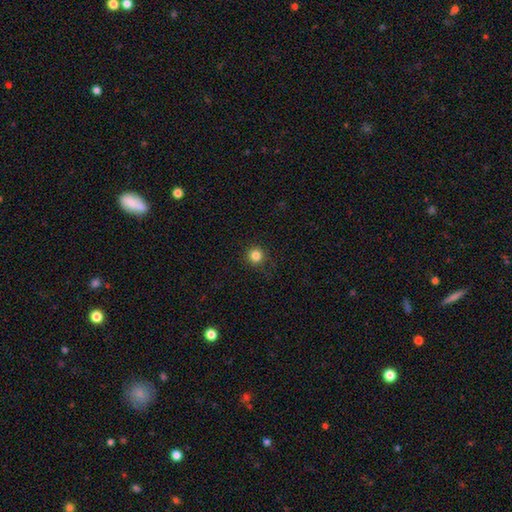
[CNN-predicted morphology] A smooth galaxy with no disk features (83%) that is round (95%). Merging: none (89%).